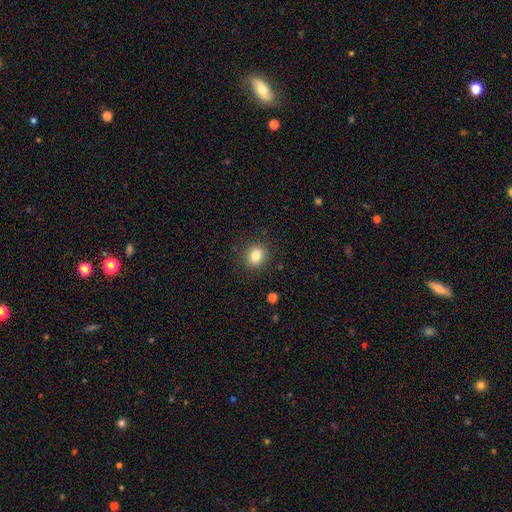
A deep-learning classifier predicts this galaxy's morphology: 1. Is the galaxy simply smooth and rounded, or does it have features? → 83% smooth, 11% star or artifact, 6% featured or disk.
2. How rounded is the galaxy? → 72% round, 27% in between, 1% cigar-shaped.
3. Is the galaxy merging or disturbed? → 89% none, 8% minor disturbance, 3% major disturbance, 1% merger.